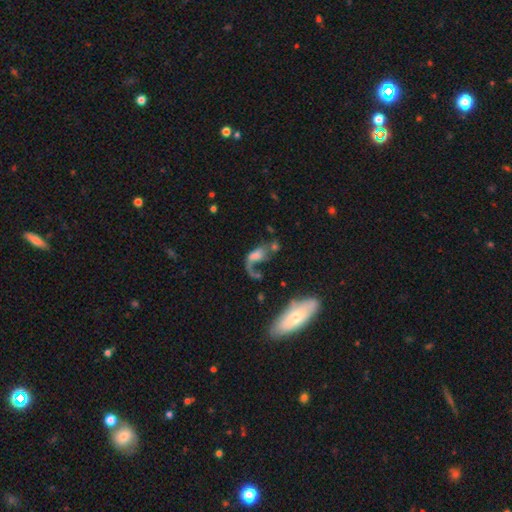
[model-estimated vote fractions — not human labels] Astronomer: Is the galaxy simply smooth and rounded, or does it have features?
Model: featured or disk — 55% (runner-up: smooth, 32%).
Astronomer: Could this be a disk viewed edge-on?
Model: no — 94%.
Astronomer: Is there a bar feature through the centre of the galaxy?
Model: no — 68%.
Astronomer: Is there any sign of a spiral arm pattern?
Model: yes — 65%.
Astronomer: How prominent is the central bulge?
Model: none — 35% (runner-up: moderate, 25%).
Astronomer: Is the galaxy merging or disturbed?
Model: major disturbance — 42% (runner-up: merger, 23%).